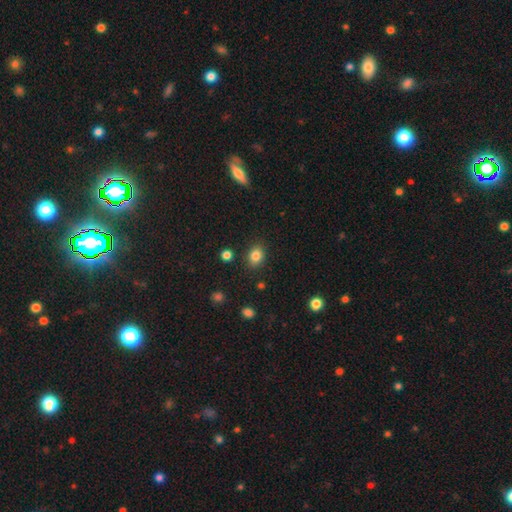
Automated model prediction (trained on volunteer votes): This appears to be a smooth galaxy with no disk features (83%) that is in between round and cigar-shaped (53%). Merging: none (85%).